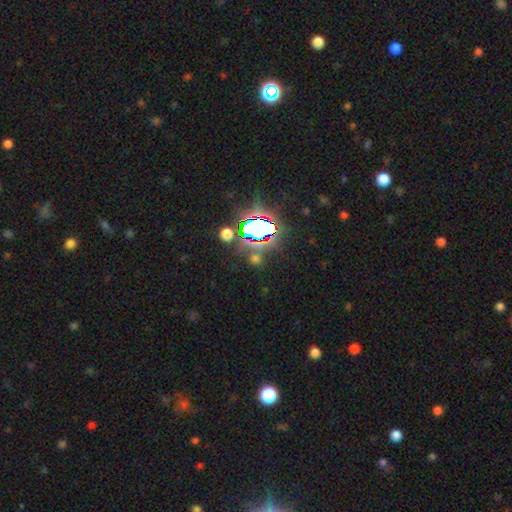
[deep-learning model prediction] Overall: star or artifact (74%).